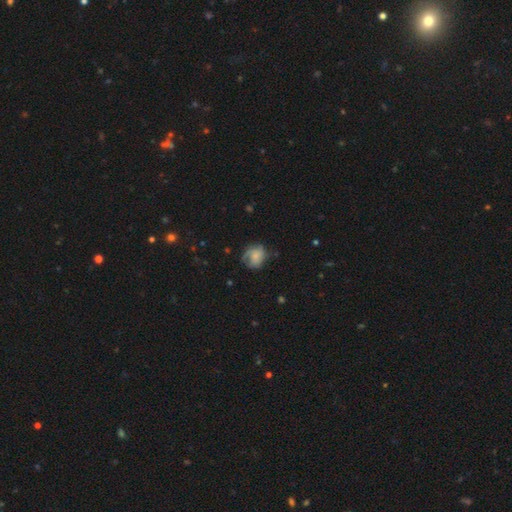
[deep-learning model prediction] A smooth galaxy with no disk features (62%) that is round (64%). Merging: none (49%).